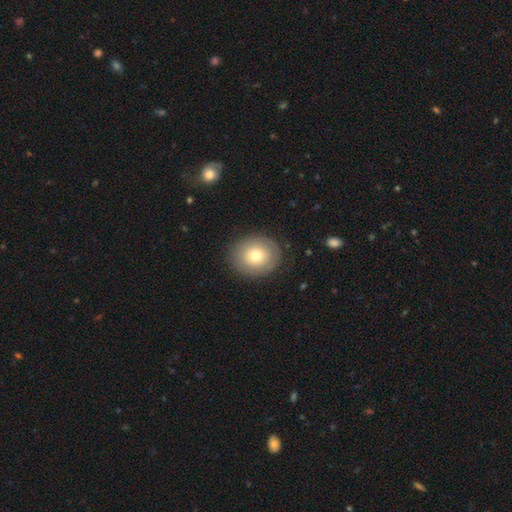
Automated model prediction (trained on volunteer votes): Smooth or featured? Predicted: smooth (p=0.70). How rounded? Predicted: round (p=0.74). Merging? Predicted: none (p=0.85).